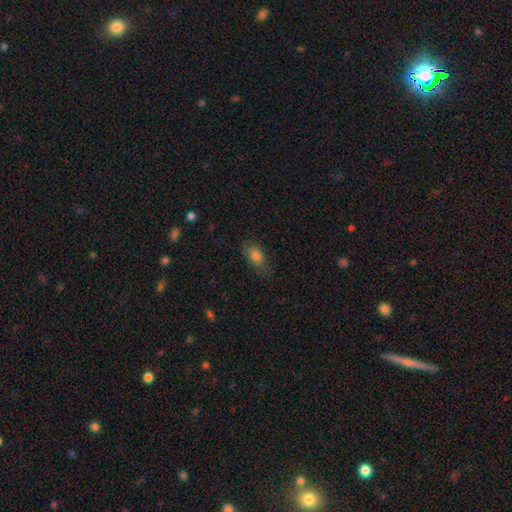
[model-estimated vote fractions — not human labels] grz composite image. It shows a smooth galaxy with no disk features (72%) that is in between round and cigar-shaped (84%). Merging: none (69%).